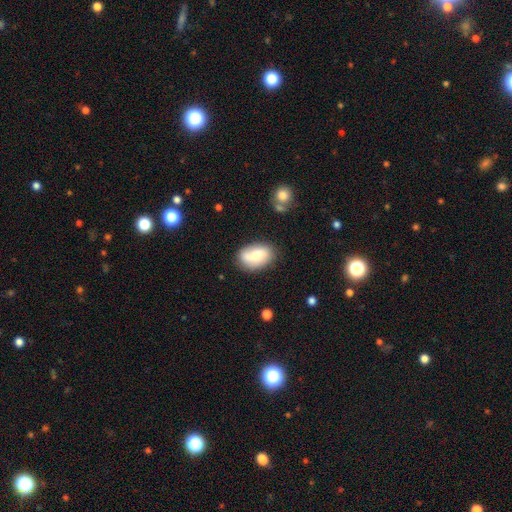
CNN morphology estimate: smooth_or_featured: smooth (p=0.60) [alt: featured or disk p=0.32]
how_rounded: in between (p=0.88) [alt: round p=0.10]
merging: none (p=0.78) [alt: minor disturbance p=0.16]